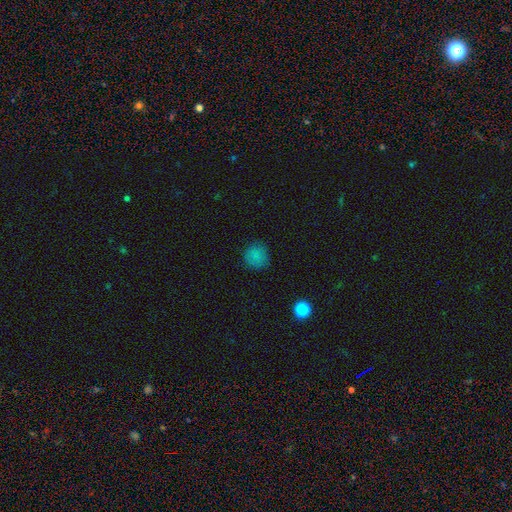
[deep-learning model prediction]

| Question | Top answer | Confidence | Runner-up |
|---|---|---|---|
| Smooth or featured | smooth | 79% | star or artifact (15%) |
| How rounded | round | 88% | in between (11%) |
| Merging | none | 80% | minor disturbance (15%) |